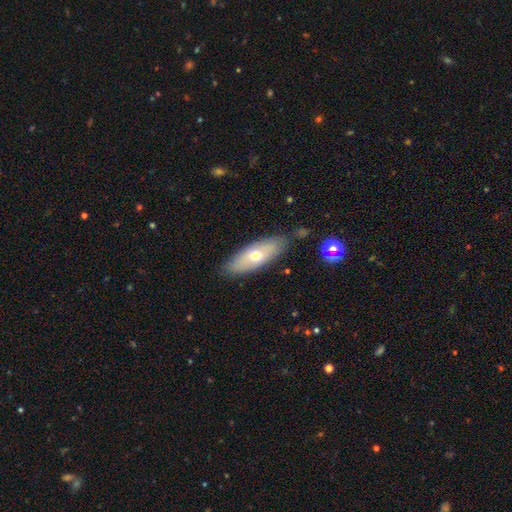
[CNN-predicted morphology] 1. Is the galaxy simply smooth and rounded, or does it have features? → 59% smooth, 34% featured or disk, 7% star or artifact.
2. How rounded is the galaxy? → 70% in between, 28% cigar-shaped, 3% round.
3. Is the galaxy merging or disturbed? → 80% none, 13% minor disturbance, 3% major disturbance, 3% merger.